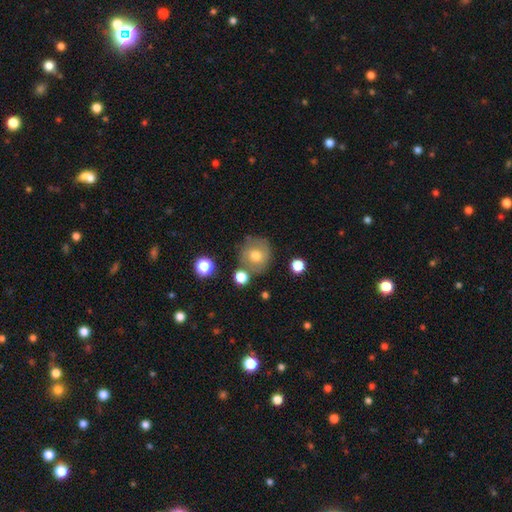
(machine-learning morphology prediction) Q: Smooth or featured?
A: smooth (68%); runner-up: featured or disk (22%)
Q: How rounded?
A: round (89%); runner-up: in between (10%)
Q: Merging?
A: none (71%); runner-up: minor disturbance (15%)